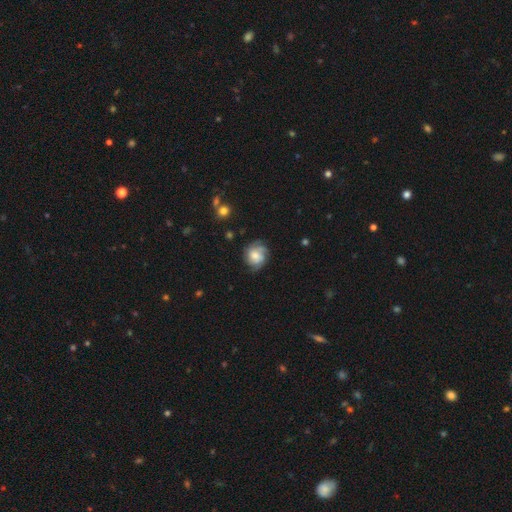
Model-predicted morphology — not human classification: Smooth or featured: featured or disk — 55% (smooth — 37%)
Edge-on disk: no — 97% (yes — 3%)
Bar: no — 71% (weak — 26%)
Spiral arms: yes — 89% (no — 11%)
Bulge size: moderate — 52% (small — 29%)
Merging: none — 69% (minor disturbance — 21%)